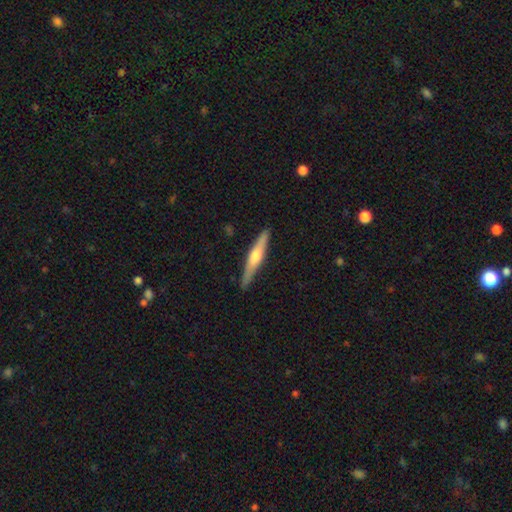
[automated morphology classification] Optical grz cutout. It shows a featured or disk galaxy (61%) viewed edge-on (96%) with a rounded central bulge (88%). Merging: none (88%).